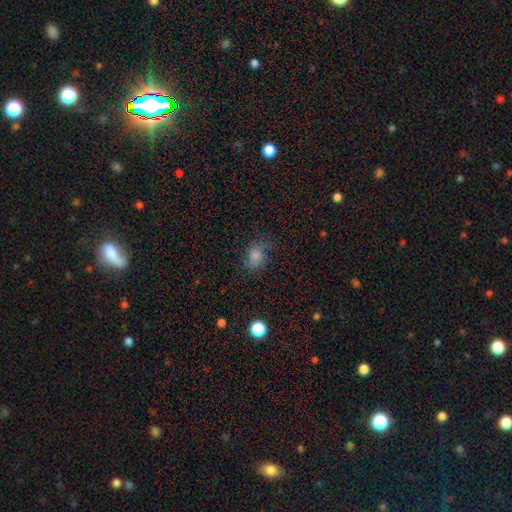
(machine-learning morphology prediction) A smooth galaxy with no disk features (77%) that is in between round and cigar-shaped (59%).

Vote fractions:
- Smooth or featured? smooth: 77% / star or artifact: 14% / featured or disk: 9%
- How rounded? in between: 59% / round: 39% / cigar-shaped: 2%
- Merging? none: 64% / minor disturbance: 23% / major disturbance: 11% / merger: 2%